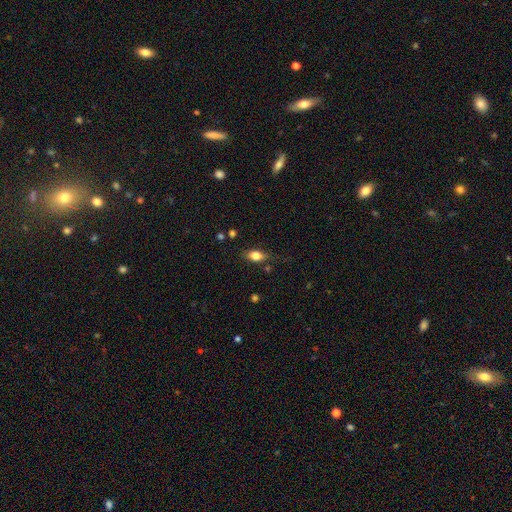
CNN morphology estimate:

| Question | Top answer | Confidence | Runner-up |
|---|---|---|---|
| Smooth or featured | smooth | 79% | featured or disk (12%) |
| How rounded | in between | 83% | round (10%) |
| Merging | none | 73% | minor disturbance (20%) |